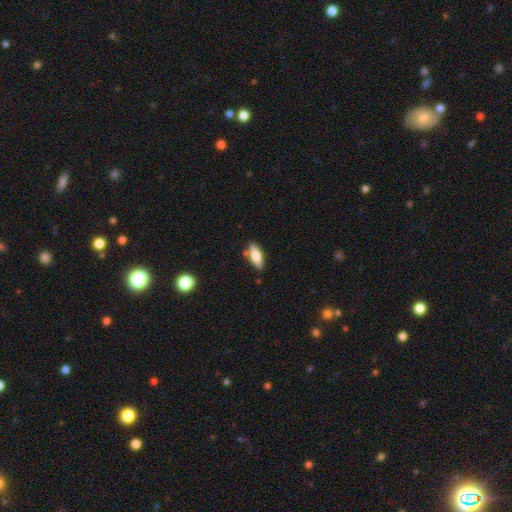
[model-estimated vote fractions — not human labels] smooth-or-featured: smooth: 64% | featured or disk: 29% | star or artifact: 7%
  how-rounded: in between: 60% | cigar-shaped: 37% | round: 3%
  merging: none: 77% | minor disturbance: 14% | merger: 6% | major disturbance: 3%